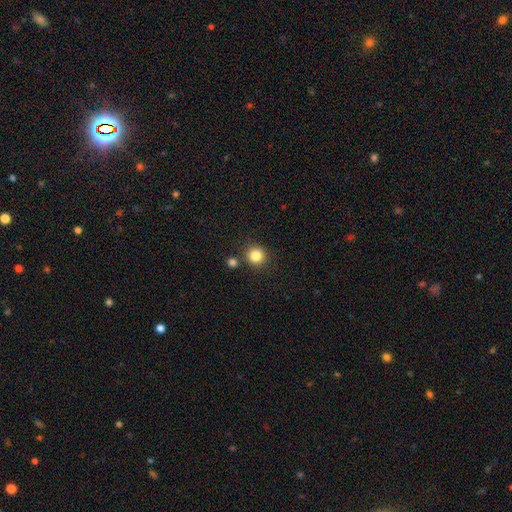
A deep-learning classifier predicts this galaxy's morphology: smooth 85%, star or artifact 11%, featured or disk 5%. Down the decision tree: how rounded — round (92%); merging — none (83%).